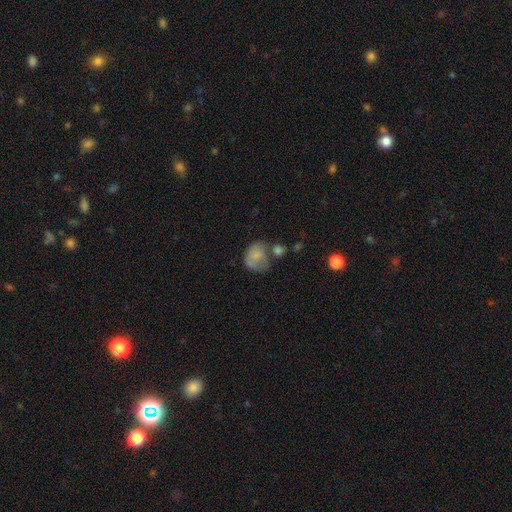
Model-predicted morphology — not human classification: This appears to be a smooth galaxy with no disk features (75%) that is round (53%). Merging: none (34%).